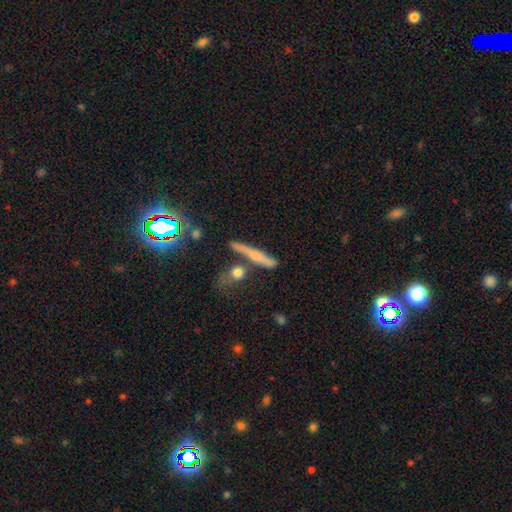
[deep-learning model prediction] smooth_or_featured: smooth (p=0.51) [alt: featured or disk p=0.34]
how_rounded: cigar-shaped (p=0.85) [alt: in between p=0.09]
merging: none (p=0.66) [alt: minor disturbance p=0.14]